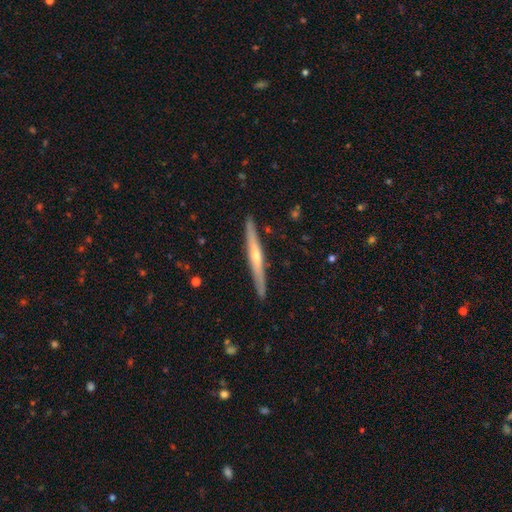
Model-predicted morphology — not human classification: The model was most divided on "smooth or featured": featured or disk: 66%, smooth: 28%, star or artifact: 5%. More confident: edge-on disk — yes (97%); merging — none (90%); edge-on bulge — rounded (70%).